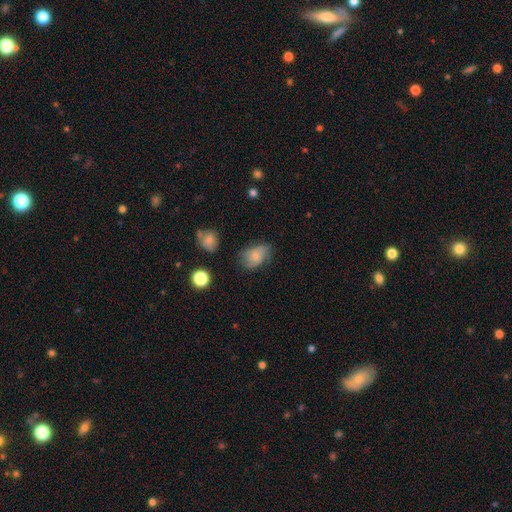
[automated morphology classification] Overall: smooth (66%). How rounded: in between (82%). Merging: none (52%; minor disturbance 33%).